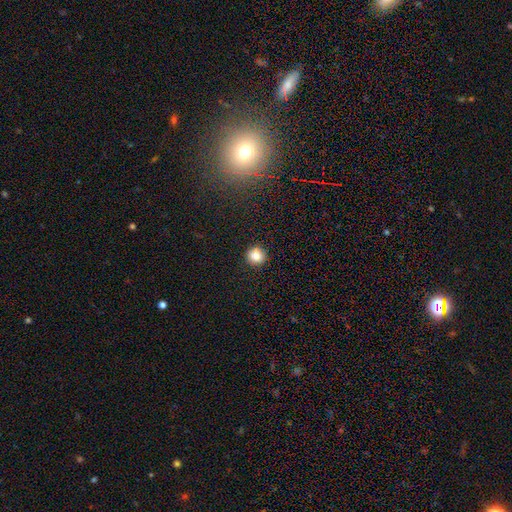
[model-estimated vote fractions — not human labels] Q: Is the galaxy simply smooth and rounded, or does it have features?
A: smooth — 84%.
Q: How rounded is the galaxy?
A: round — 93%.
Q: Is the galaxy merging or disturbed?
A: none — 91%.